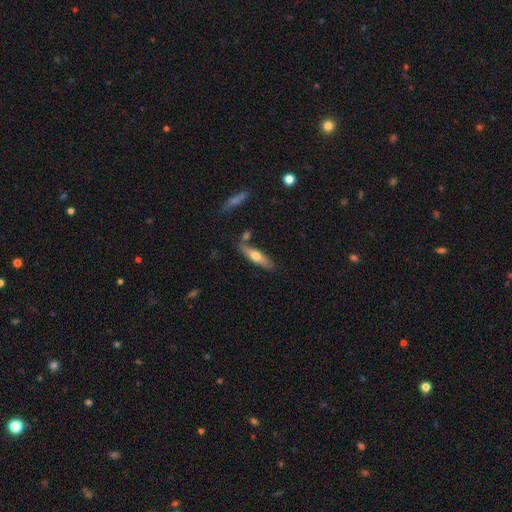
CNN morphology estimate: Smooth or featured?
  - smooth: 54% *
  - featured or disk: 40%
  - star or artifact: 6%
How rounded?
  - cigar-shaped: 67% *
  - in between: 30%
  - round: 2%
Merging?
  - none: 75% *
  - minor disturbance: 14%
  - merger: 9%
  - major disturbance: 3%